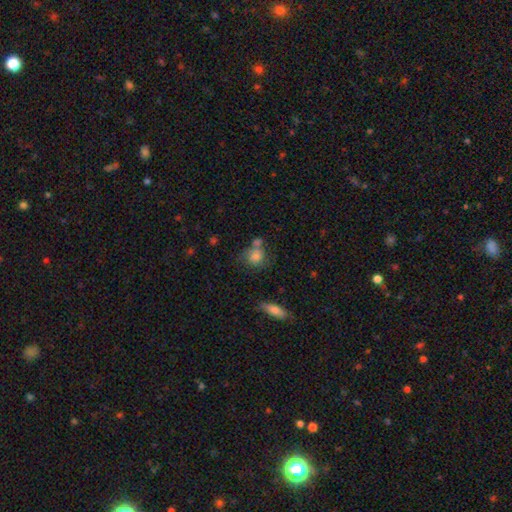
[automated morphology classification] Smooth or featured?
  - smooth: 72% *
  - featured or disk: 17%
  - star or artifact: 12%
How rounded?
  - round: 69% *
  - in between: 29%
  - cigar-shaped: 2%
Merging?
  - none: 49% *
  - merger: 25%
  - minor disturbance: 18%
  - major disturbance: 7%